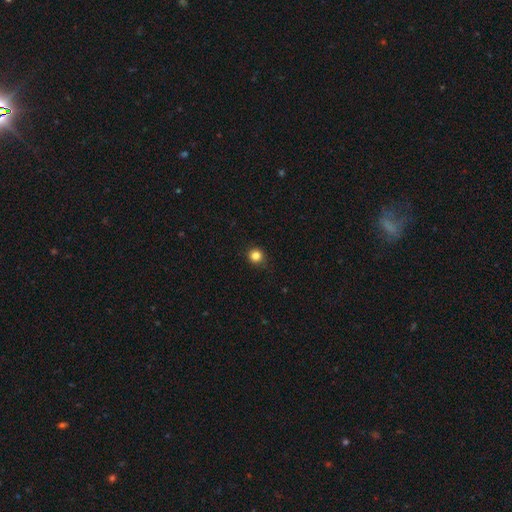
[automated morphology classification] smooth-or-featured: smooth: 84% | star or artifact: 12% | featured or disk: 4%
  how-rounded: round: 92% | in between: 7% | cigar-shaped: 1%
  merging: none: 89% | minor disturbance: 8% | major disturbance: 2% | merger: 1%